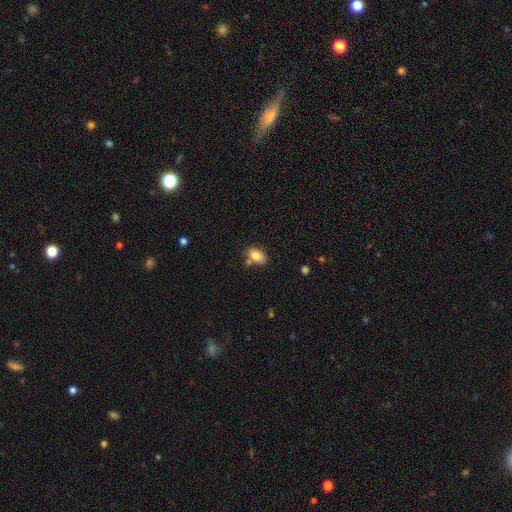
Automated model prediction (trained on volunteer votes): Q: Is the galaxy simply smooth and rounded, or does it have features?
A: smooth — 83%.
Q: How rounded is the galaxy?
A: in between — 87%.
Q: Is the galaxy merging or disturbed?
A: none — 67%.